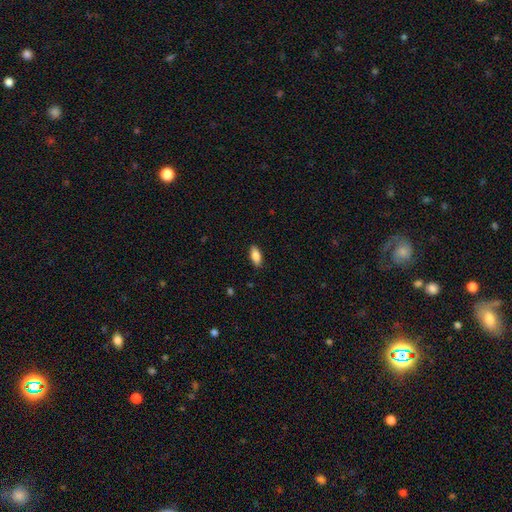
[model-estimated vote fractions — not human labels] Smooth or featured? Predicted: smooth (p=0.85). How rounded? Predicted: in between (p=0.84). Merging? Predicted: none (p=0.88).